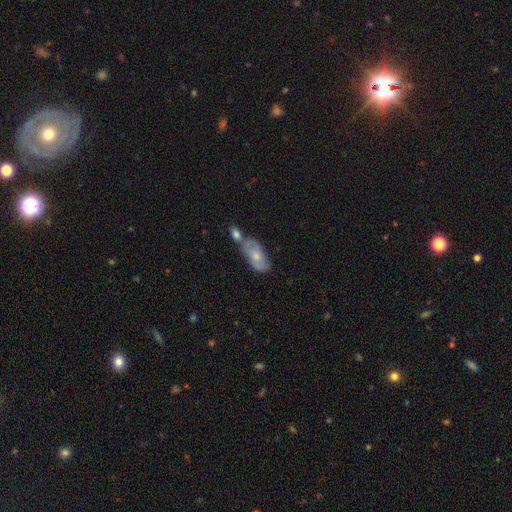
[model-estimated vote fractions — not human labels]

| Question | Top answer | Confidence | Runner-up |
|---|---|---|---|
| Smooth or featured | smooth | 52% | featured or disk (41%) |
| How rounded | in between | 86% | cigar-shaped (10%) |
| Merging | merger | 40% | none (39%) |